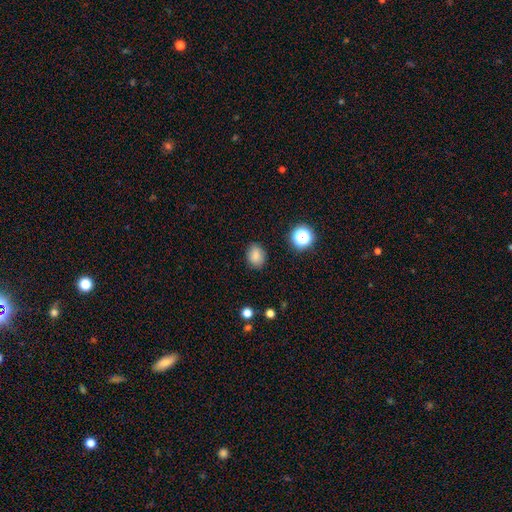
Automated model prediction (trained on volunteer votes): The model was most divided on "how rounded": in between: 60%, round: 39%, cigar-shaped: 1%. More confident: smooth or featured — smooth (84%); merging — none (84%).